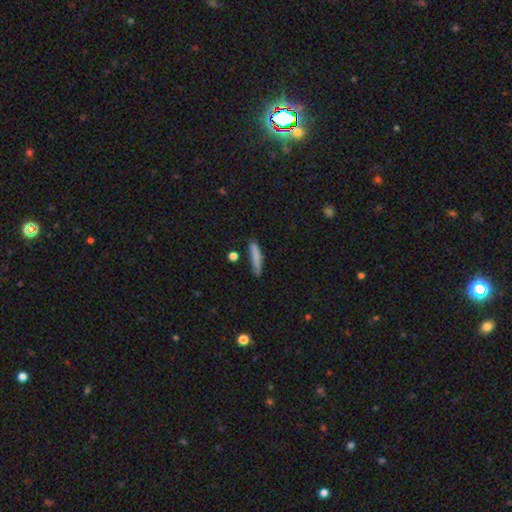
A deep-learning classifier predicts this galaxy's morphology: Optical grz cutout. It shows a smooth galaxy with no disk features (81%) that is cigar-shaped (88%). Merging: none (75%).